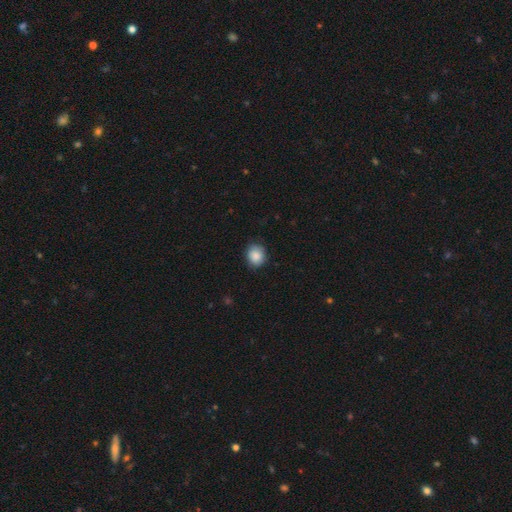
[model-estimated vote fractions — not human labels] smooth_or_featured: smooth (p=0.88) [alt: star or artifact p=0.08]
how_rounded: round (p=0.70) [alt: in between p=0.29]
merging: none (p=0.83) [alt: minor disturbance p=0.13]